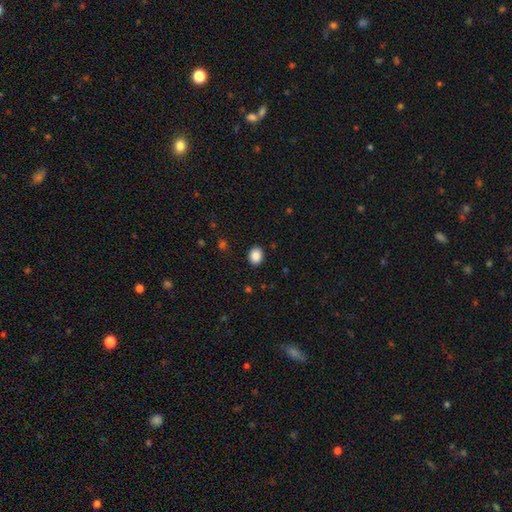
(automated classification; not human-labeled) Q: Smooth or featured?
A: smooth (88%); runner-up: star or artifact (9%)
Q: How rounded?
A: in between (50%); runner-up: round (49%)
Q: Merging?
A: none (89%); runner-up: minor disturbance (7%)